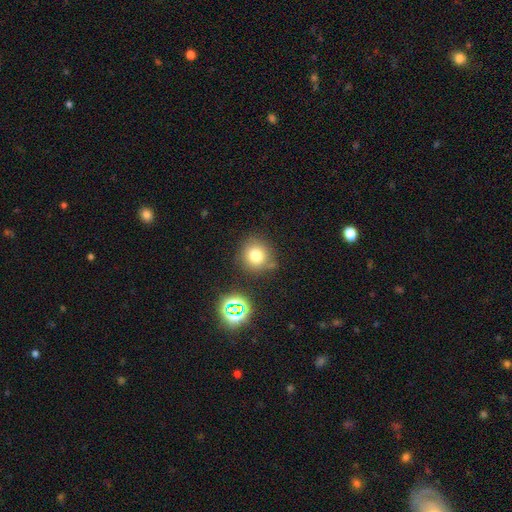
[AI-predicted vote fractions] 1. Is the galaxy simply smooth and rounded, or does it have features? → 75% smooth, 16% star or artifact, 9% featured or disk.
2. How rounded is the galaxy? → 87% round, 12% in between, 1% cigar-shaped.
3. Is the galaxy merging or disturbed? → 75% none, 15% minor disturbance, 6% merger, 4% major disturbance.